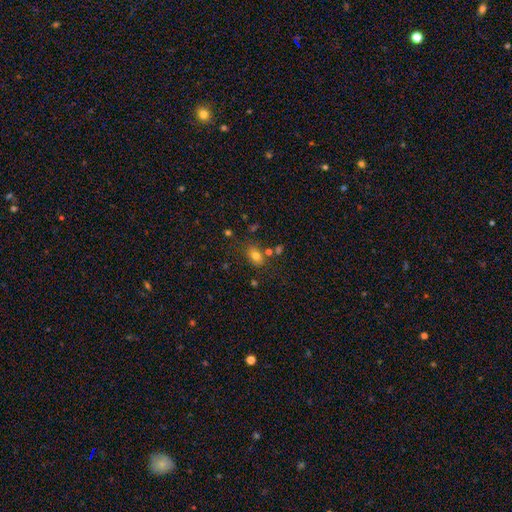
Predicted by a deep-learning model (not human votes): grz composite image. It shows a smooth galaxy with no disk features (76%) that is in between round and cigar-shaped (75%). Merging: none (73%).